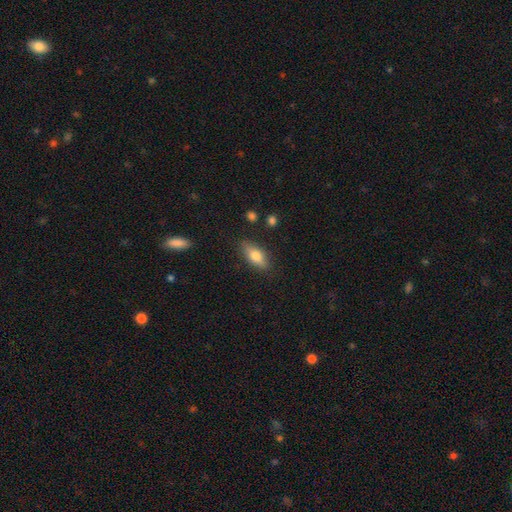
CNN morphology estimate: Smooth or featured?
  - smooth: 70% *
  - featured or disk: 23%
  - star or artifact: 7%
How rounded?
  - in between: 75% *
  - cigar-shaped: 21%
  - round: 4%
Merging?
  - none: 84% *
  - minor disturbance: 12%
  - major disturbance: 3%
  - merger: 2%